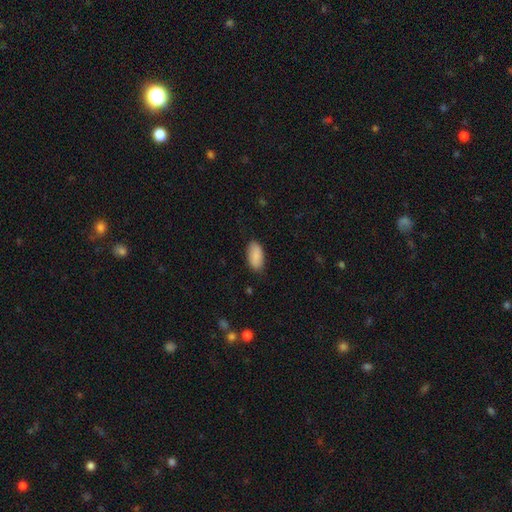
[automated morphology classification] smooth_or_featured: smooth (p=0.88) [alt: star or artifact p=0.06]
how_rounded: in between (p=0.93) [alt: cigar-shaped p=0.05]
merging: none (p=0.83) [alt: minor disturbance p=0.14]